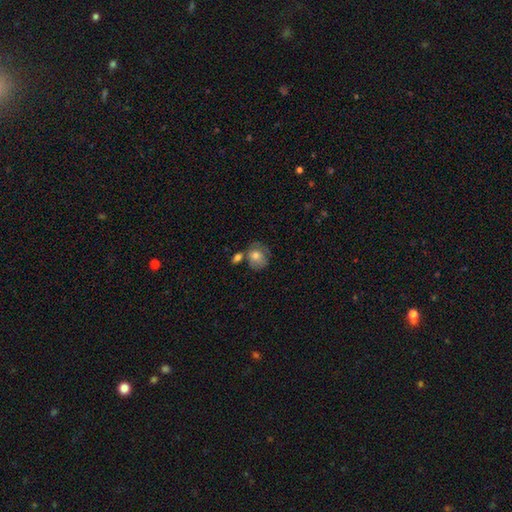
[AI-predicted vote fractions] Morphology: type=smooth (70%); roundness=round (69%); merging=none (46%).